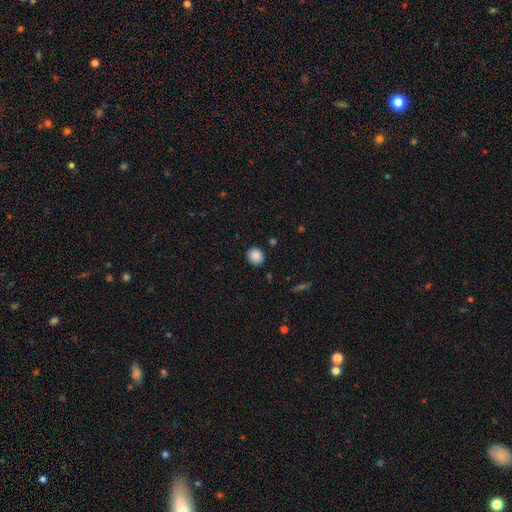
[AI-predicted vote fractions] Smooth or featured? smooth (88%)
How rounded? round (73%)
Merging? none (88%)